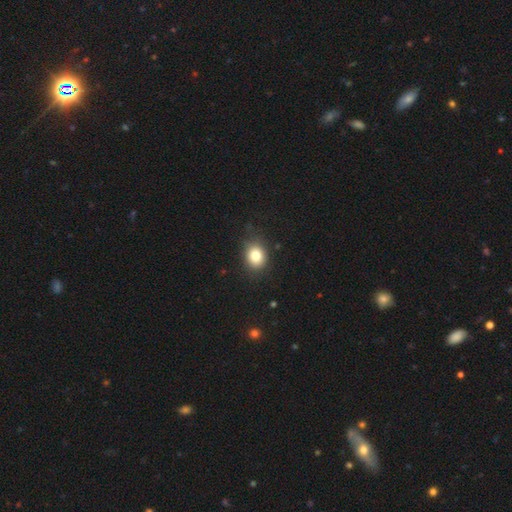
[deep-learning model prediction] A smooth galaxy with no disk features (81%) that is round (57%).

Vote fractions:
- Smooth or featured? smooth: 81% / star or artifact: 11% / featured or disk: 9%
- How rounded? round: 57% / in between: 42% / cigar-shaped: 1%
- Merging? none: 82% / minor disturbance: 13% / major disturbance: 3% / merger: 1%